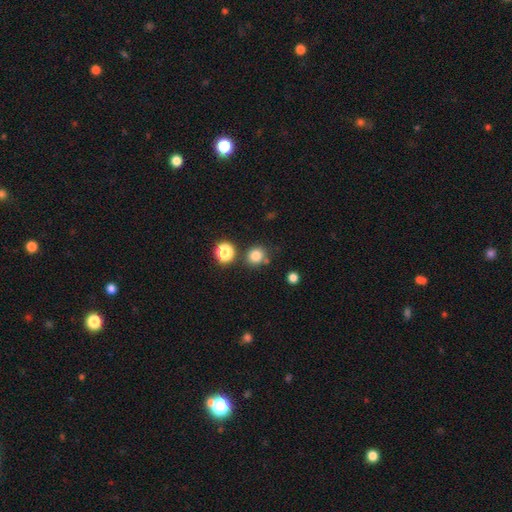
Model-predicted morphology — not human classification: Q: Smooth or featured?
A: smooth (81%); runner-up: star or artifact (14%)
Q: How rounded?
A: round (85%); runner-up: in between (14%)
Q: Merging?
A: none (75%); runner-up: merger (11%)